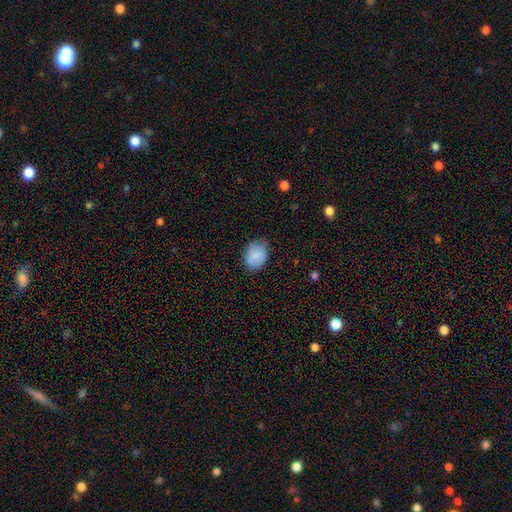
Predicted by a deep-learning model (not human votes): Q: Smooth or featured?
A: smooth (87%); runner-up: star or artifact (7%)
Q: How rounded?
A: in between (61%); runner-up: round (38%)
Q: Merging?
A: none (76%); runner-up: minor disturbance (19%)